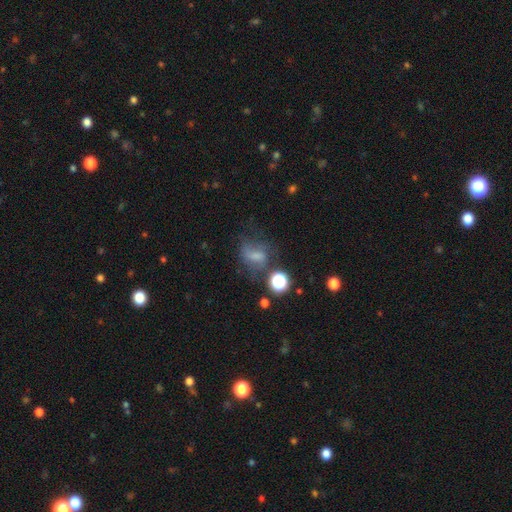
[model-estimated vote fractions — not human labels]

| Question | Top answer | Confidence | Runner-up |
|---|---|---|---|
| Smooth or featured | smooth | 51% | featured or disk (29%) |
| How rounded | in between | 55% | round (42%) |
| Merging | none | 38% | major disturbance (29%) |